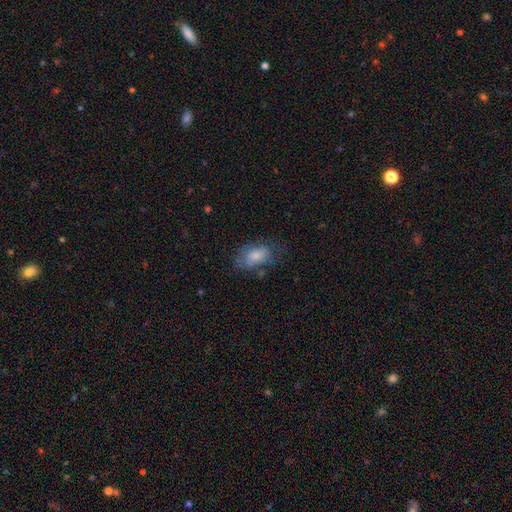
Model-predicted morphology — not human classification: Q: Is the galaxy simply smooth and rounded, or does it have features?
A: smooth — 72%.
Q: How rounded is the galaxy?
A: in between — 88%.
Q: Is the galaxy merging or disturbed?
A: none — 54%.